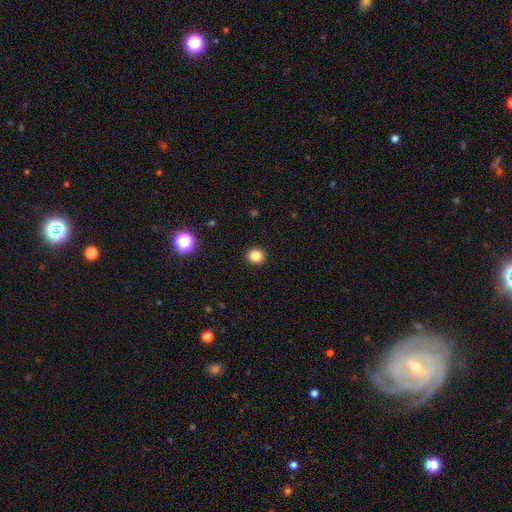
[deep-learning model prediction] Overall: smooth (84%). How rounded: round (87%). Merging: none (92%).